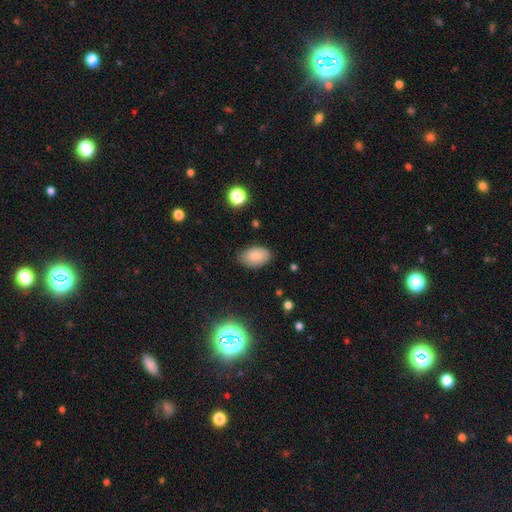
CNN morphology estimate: smooth-or-featured: smooth: 85% | star or artifact: 8% | featured or disk: 6%
  how-rounded: in between: 92% | round: 7% | cigar-shaped: 1%
  merging: none: 80% | minor disturbance: 16% | major disturbance: 3% | merger: 1%